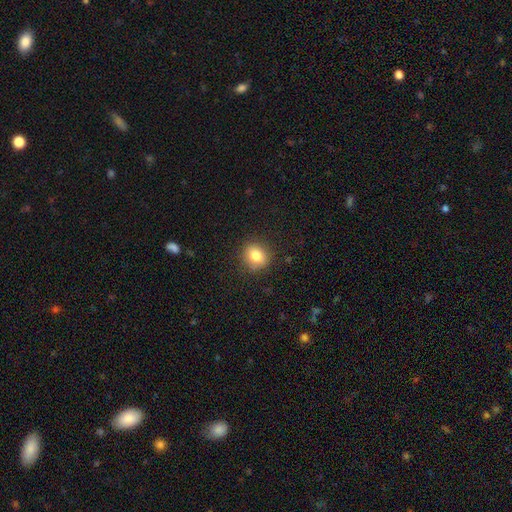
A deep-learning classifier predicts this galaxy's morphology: smooth_or_featured: smooth (p=0.82) [alt: star or artifact p=0.10]
how_rounded: round (p=0.76) [alt: in between p=0.23]
merging: none (p=0.84) [alt: minor disturbance p=0.11]